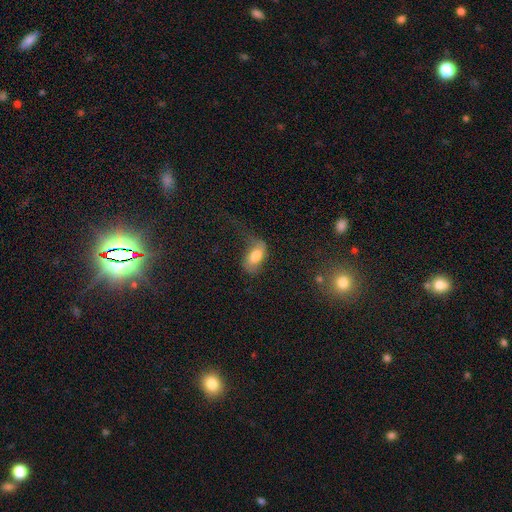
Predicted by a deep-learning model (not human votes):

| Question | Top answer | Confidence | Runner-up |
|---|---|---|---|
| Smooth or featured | smooth | 65% | featured or disk (27%) |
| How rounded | in between | 90% | cigar-shaped (6%) |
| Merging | none | 38% | major disturbance (35%) |